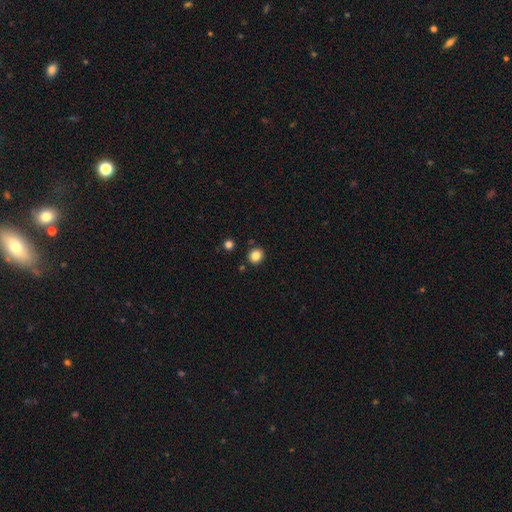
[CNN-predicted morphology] smooth-or-featured: smooth: 84% | star or artifact: 11% | featured or disk: 5%
  how-rounded: round: 83% | in between: 16% | cigar-shaped: 1%
  merging: none: 88% | minor disturbance: 7% | merger: 3% | major disturbance: 2%